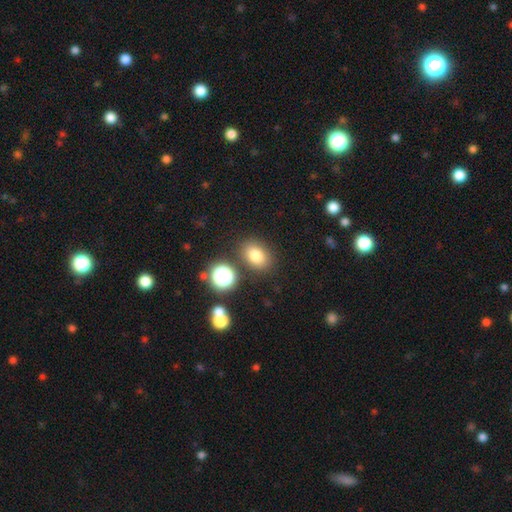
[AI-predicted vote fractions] smooth_or_featured: smooth (p=0.79) [alt: star or artifact p=0.13]
how_rounded: in between (p=0.65) [alt: round p=0.34]
merging: none (p=0.82) [alt: minor disturbance p=0.10]